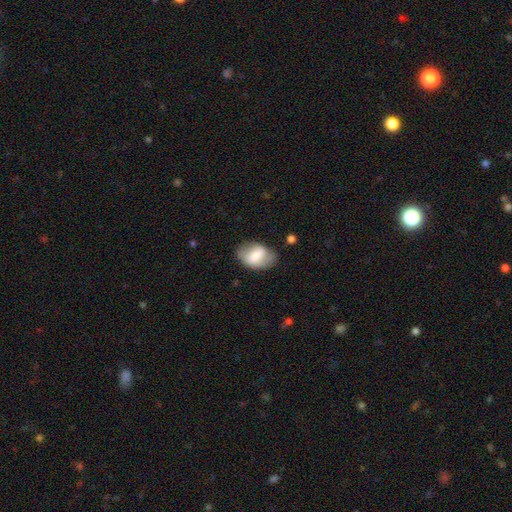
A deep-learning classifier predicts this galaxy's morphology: The model was most divided on "smooth or featured": smooth: 67%, featured or disk: 26%, star or artifact: 7%. More confident: how rounded — in between (86%); merging — none (71%).